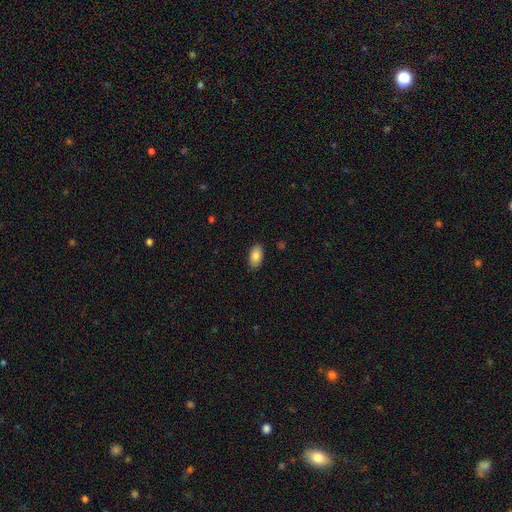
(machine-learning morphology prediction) Overall: smooth (83%). How rounded: in between (94%). Merging: none (88%).